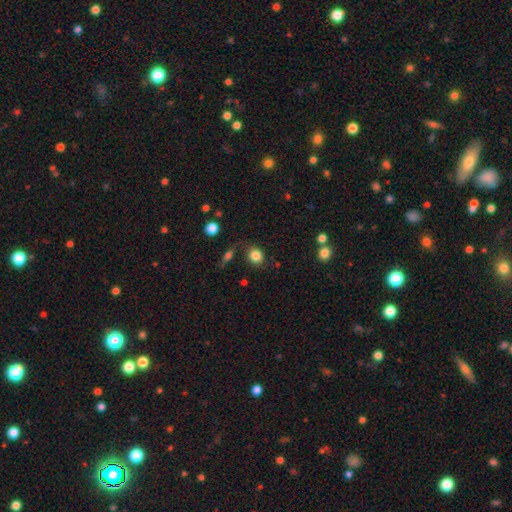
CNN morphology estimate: Smooth or featured? Predicted: smooth (p=0.82). How rounded? Predicted: round (p=0.63). Merging? Predicted: none (p=0.74).